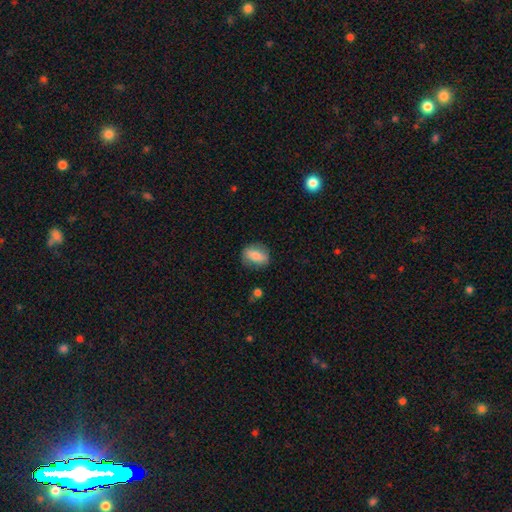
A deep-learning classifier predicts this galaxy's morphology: A smooth galaxy with no disk features (70%) that is in between round and cigar-shaped (67%).

Vote fractions:
- Smooth or featured? smooth: 70% / featured or disk: 23% / star or artifact: 7%
- How rounded? in between: 67% / round: 29% / cigar-shaped: 5%
- Merging? none: 80% / minor disturbance: 14% / major disturbance: 4% / merger: 1%